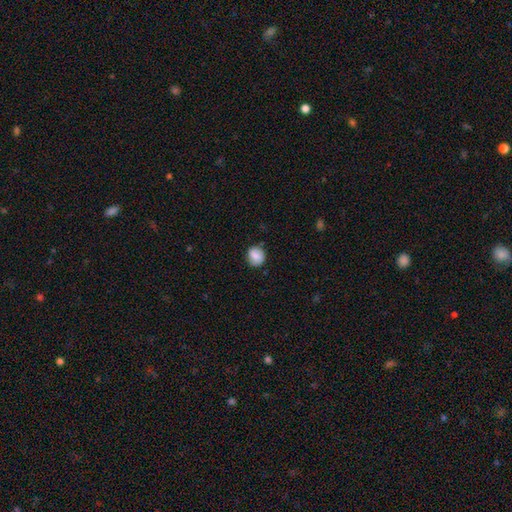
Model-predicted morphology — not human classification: Smooth or featured: smooth — 78% (featured or disk — 14%)
How rounded: round — 77% (in between — 22%)
Merging: none — 79% (minor disturbance — 16%)